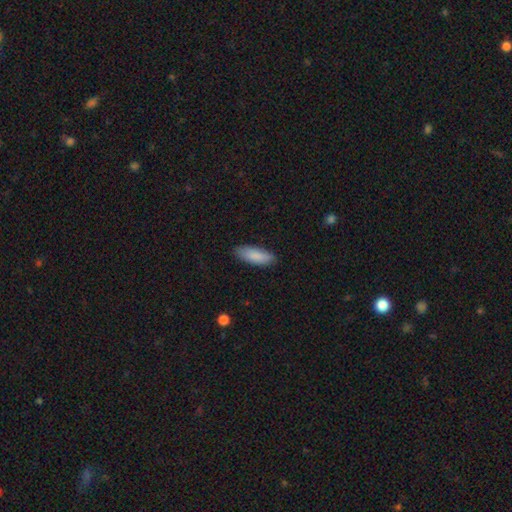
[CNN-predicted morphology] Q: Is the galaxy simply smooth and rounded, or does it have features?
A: smooth — 88%.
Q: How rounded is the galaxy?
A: in between — 65%.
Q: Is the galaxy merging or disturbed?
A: none — 87%.